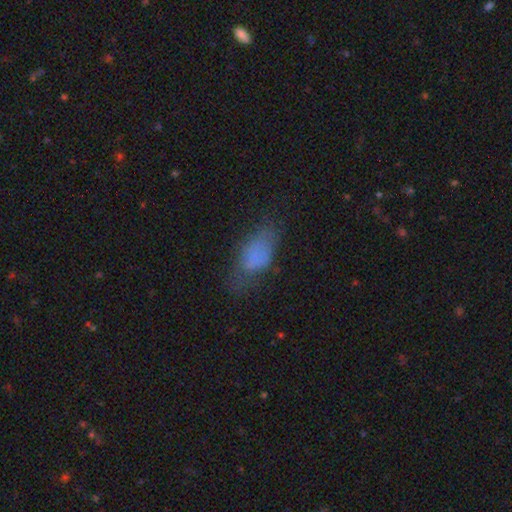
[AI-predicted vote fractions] Morphology: type=smooth (70%); roundness=in between (81%); merging=none (54%).